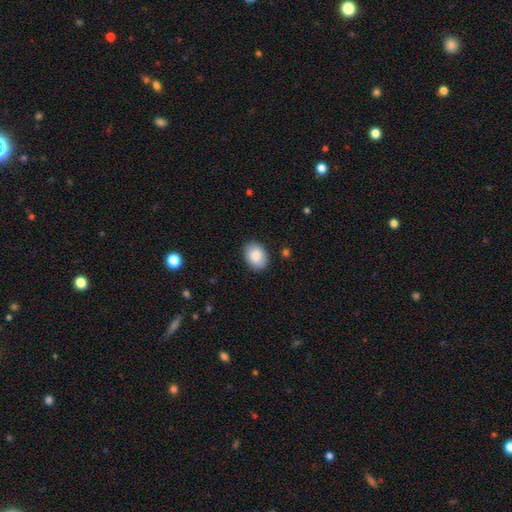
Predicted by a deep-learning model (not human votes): Morphology: type=smooth (88%); roundness=in between (74%); merging=none (86%).